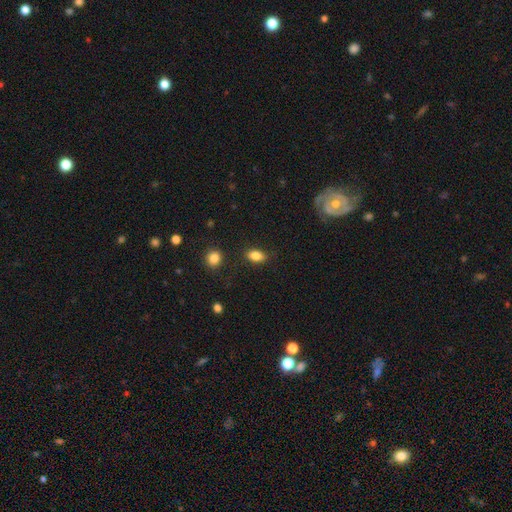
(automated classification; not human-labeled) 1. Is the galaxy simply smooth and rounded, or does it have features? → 84% smooth, 9% star or artifact, 7% featured or disk.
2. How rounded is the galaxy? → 85% in between, 12% round, 3% cigar-shaped.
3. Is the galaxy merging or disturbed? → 83% none, 12% minor disturbance, 3% major disturbance, 2% merger.